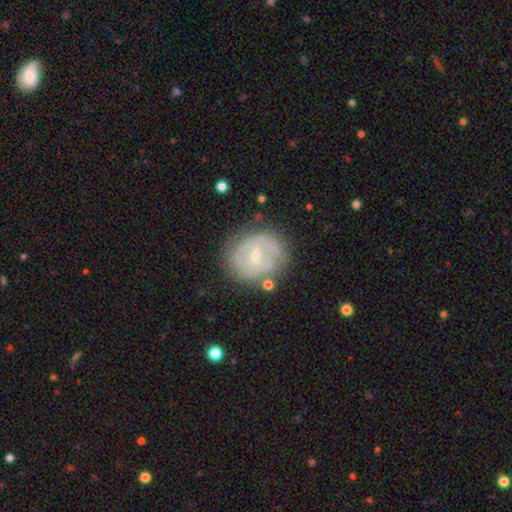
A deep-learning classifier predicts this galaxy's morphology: A featured or disk galaxy (72%) with a weak bar (50%), 2 (53%) tight (55%) spiral arms (74%) and a small central bulge (61%).

Vote fractions:
- Smooth or featured? featured or disk: 72% / smooth: 22% / star or artifact: 7%
- Edge-on disk? no: 97% / yes: 3%
- Bar? weak: 50% / no: 33% / strong: 17%
- Spiral arms? yes: 74% / no: 26%
- Spiral winding? tight: 55% / medium: 32% / loose: 13%
- Spiral arm count? 2: 53% / can't tell: 30% / 3: 7% / 1: 5% / 4: 2% / more than 4: 2%
- Bulge size? small: 61% / moderate: 35% / none: 2% / large: 1% / dominant: 1%
- Merging? none: 72% / minor disturbance: 18% / major disturbance: 7% / merger: 3%